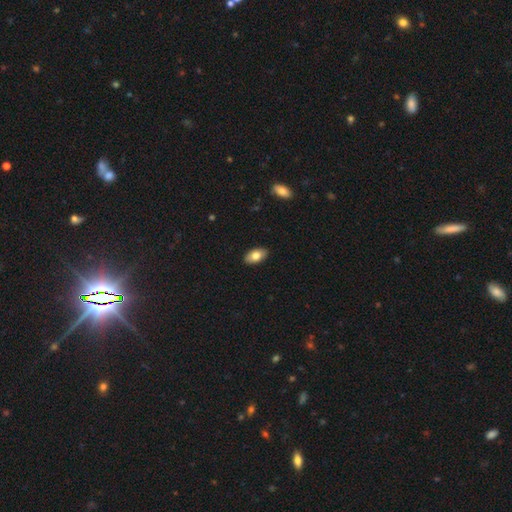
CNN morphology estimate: Smooth or featured? smooth (79%)
How rounded? in between (94%)
Merging? none (90%)